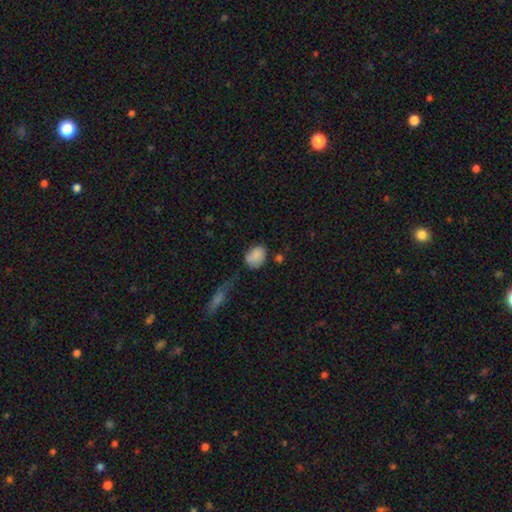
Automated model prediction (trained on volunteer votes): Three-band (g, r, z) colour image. It shows a smooth galaxy with no disk features (83%) that is in between round and cigar-shaped (55%). Merging: none (55%).